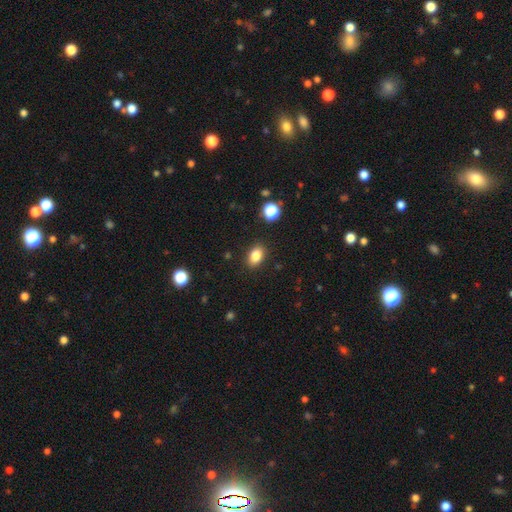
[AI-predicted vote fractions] Smooth or featured?
  - smooth: 84% *
  - star or artifact: 10%
  - featured or disk: 5%
How rounded?
  - in between: 80% *
  - round: 18%
  - cigar-shaped: 1%
Merging?
  - none: 87% *
  - minor disturbance: 9%
  - major disturbance: 3%
  - merger: 2%